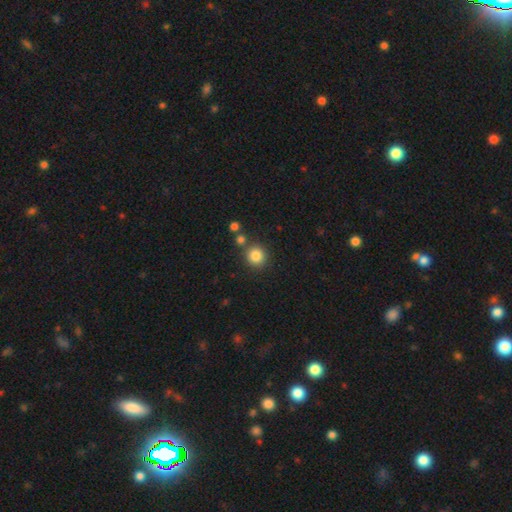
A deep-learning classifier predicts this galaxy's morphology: Smooth or featured? Predicted: smooth (p=0.84). How rounded? Predicted: round (p=0.90). Merging? Predicted: none (p=0.79).